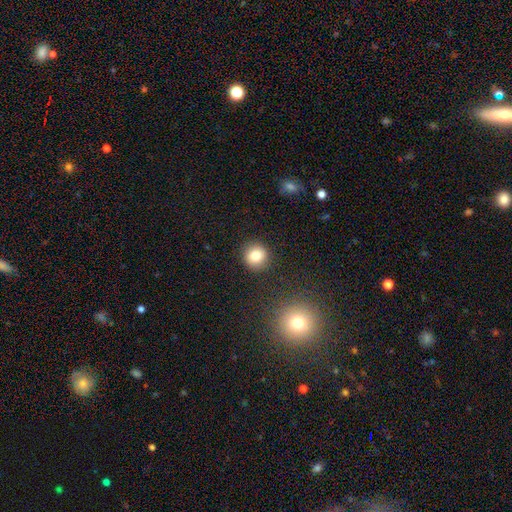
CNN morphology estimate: type=smooth (82%); roundness=round (91%); merging=none (90%).